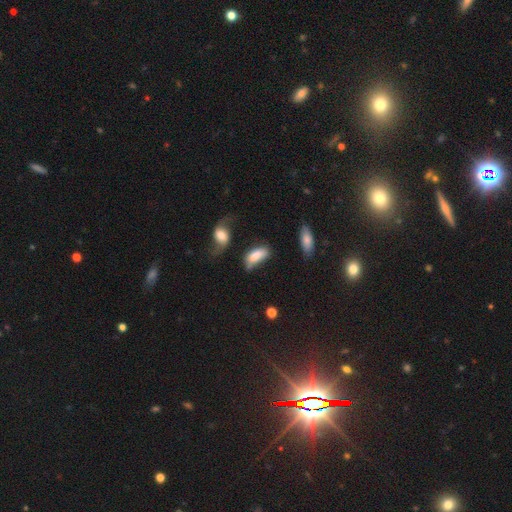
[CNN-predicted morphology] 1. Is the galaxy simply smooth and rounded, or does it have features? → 77% smooth, 14% featured or disk, 8% star or artifact.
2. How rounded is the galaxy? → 87% in between, 9% cigar-shaped, 4% round.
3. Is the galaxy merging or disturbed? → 34% minor disturbance, 33% none, 22% major disturbance, 11% merger.